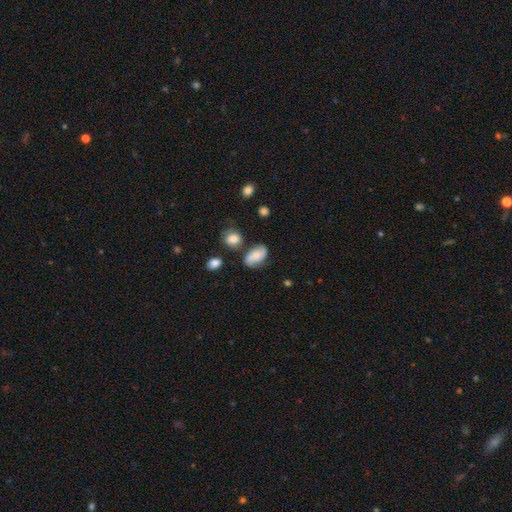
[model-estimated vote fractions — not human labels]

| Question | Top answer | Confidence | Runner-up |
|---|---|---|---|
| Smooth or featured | smooth | 52% | featured or disk (38%) |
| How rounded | in between | 87% | round (11%) |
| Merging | none | 65% | minor disturbance (21%) |